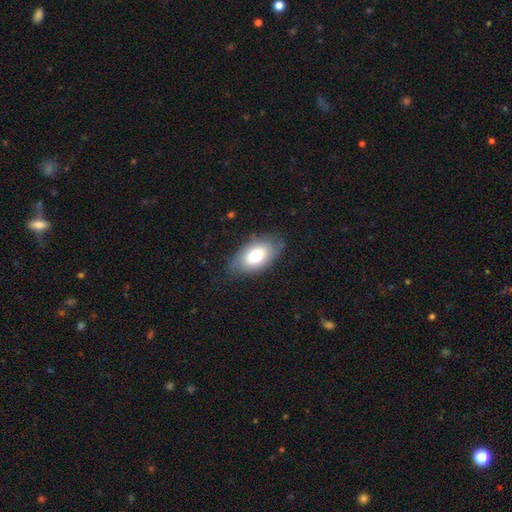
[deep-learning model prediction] A smooth galaxy with no disk features (70%) that is in between round and cigar-shaped (92%).

Vote fractions:
- Smooth or featured? smooth: 70% / featured or disk: 23% / star or artifact: 7%
- How rounded? in between: 92% / round: 6% / cigar-shaped: 2%
- Merging? none: 73% / minor disturbance: 21% / major disturbance: 6% / merger: 1%